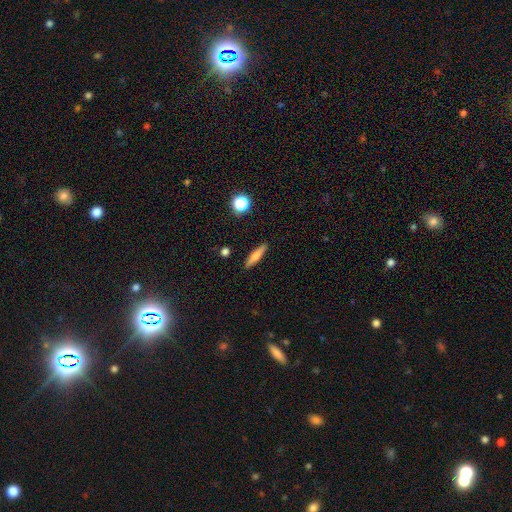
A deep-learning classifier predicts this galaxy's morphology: This is likely a smooth galaxy (64%). How rounded: clearly cigar-shaped (80%). Merging: clearly none (90%).